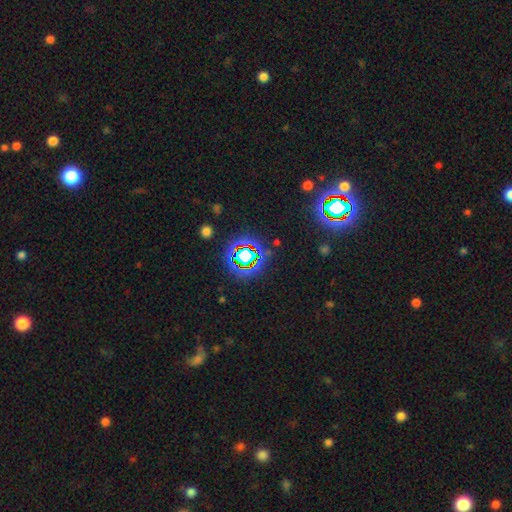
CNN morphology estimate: star or artifact 81%, smooth 11%, featured or disk 8%.